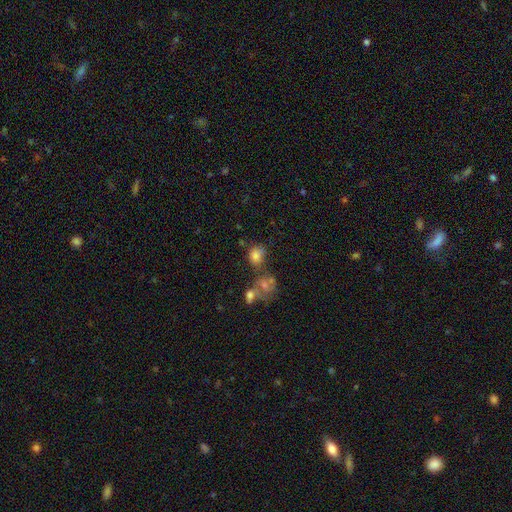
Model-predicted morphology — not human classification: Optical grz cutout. It shows a smooth galaxy with no disk features (76%) that is round (51%). Merging: none (45%).